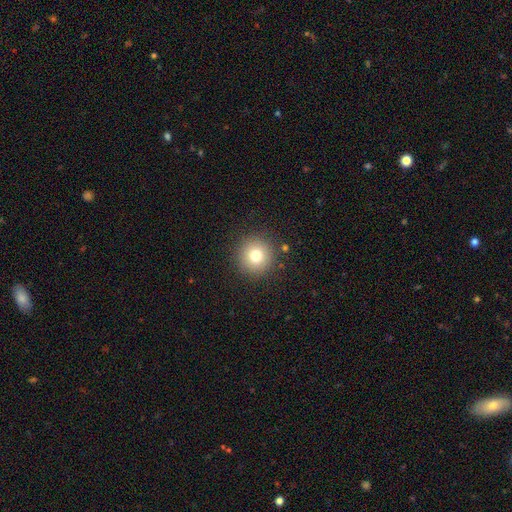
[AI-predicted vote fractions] A smooth galaxy with no disk features (77%) that is round (95%).

Vote fractions:
- Smooth or featured? smooth: 77% / star or artifact: 13% / featured or disk: 10%
- How rounded? round: 95% / in between: 4% / cigar-shaped: 1%
- Merging? none: 89% / minor disturbance: 6% / major disturbance: 3% / merger: 2%